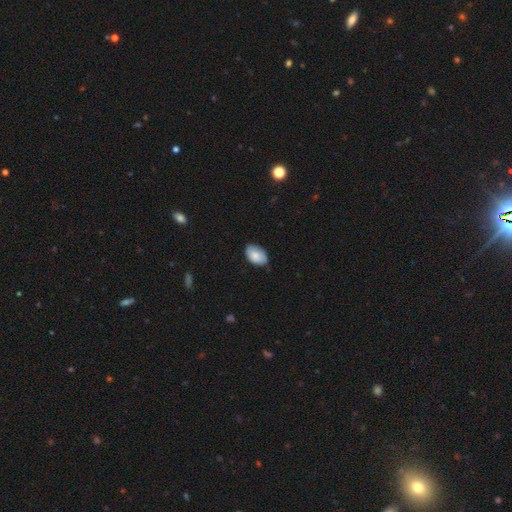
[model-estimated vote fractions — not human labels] smooth 81%, featured or disk 12%, star or artifact 7%. Down the decision tree: how rounded — in between (92%); merging — none (75%).